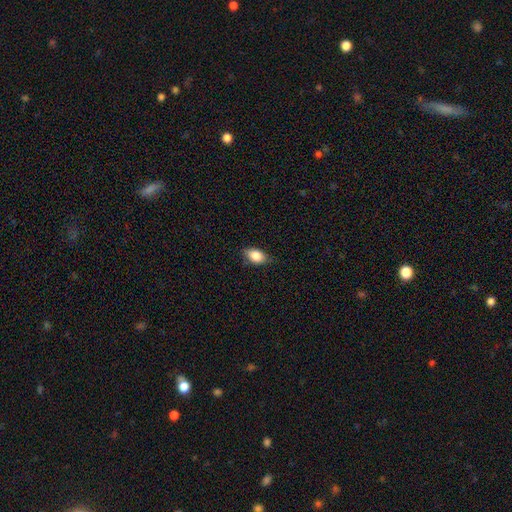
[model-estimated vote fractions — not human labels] A smooth galaxy with no disk features (84%) that is in between round and cigar-shaped (84%). Merging: none (75%).